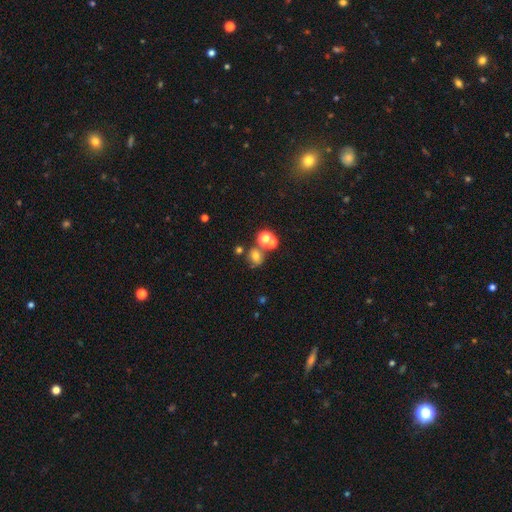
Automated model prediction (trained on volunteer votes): Q: Smooth or featured?
A: smooth (63%); runner-up: star or artifact (21%)
Q: How rounded?
A: round (68%); runner-up: in between (31%)
Q: Merging?
A: none (54%); runner-up: merger (28%)